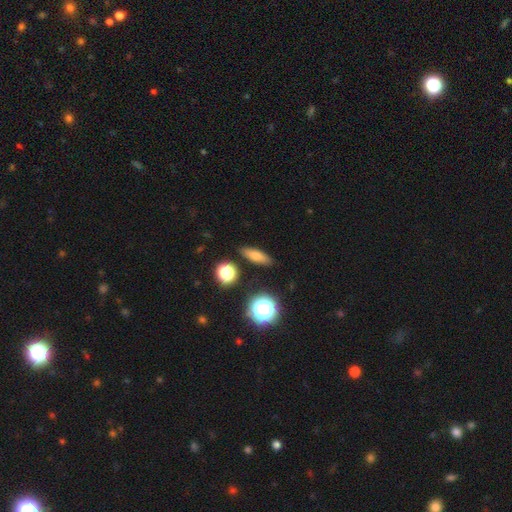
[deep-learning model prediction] A smooth galaxy with no disk features (69%) that is cigar-shaped (44%).

Vote fractions:
- Smooth or featured? smooth: 69% / featured or disk: 18% / star or artifact: 13%
- How rounded? cigar-shaped: 44% / in between: 43% / round: 13%
- Merging? none: 87% / minor disturbance: 9% / major disturbance: 2% / merger: 2%